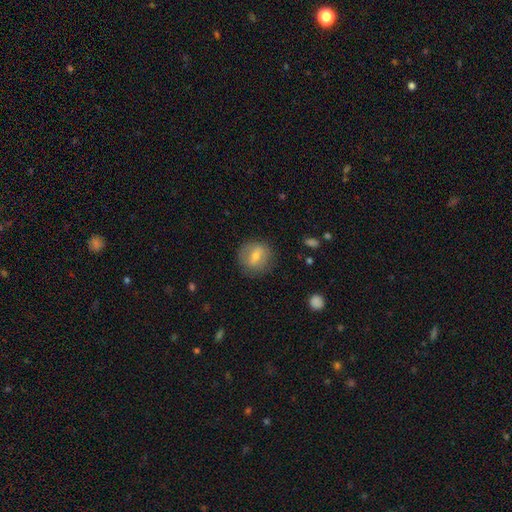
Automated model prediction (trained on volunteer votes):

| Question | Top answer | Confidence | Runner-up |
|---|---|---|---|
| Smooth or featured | smooth | 57% | featured or disk (34%) |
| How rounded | round | 79% | in between (19%) |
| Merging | none | 83% | minor disturbance (11%) |